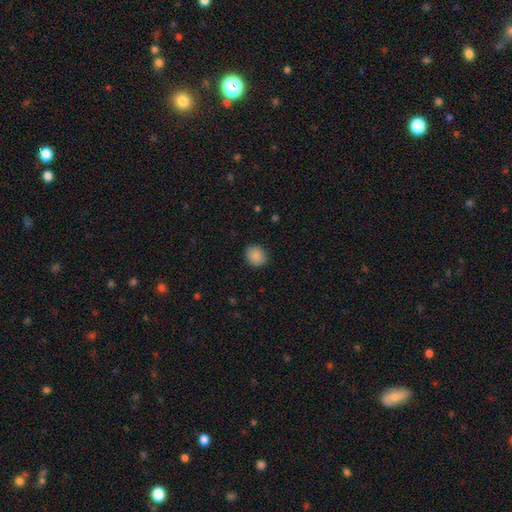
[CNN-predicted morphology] Smooth or featured? smooth (89%)
How rounded? round (73%)
Merging? none (87%)